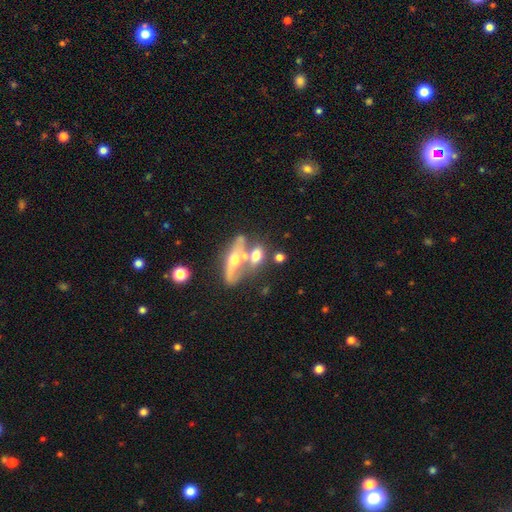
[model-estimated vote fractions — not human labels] This is possibly a smooth galaxy (47%). Merging: possibly merger (53%).